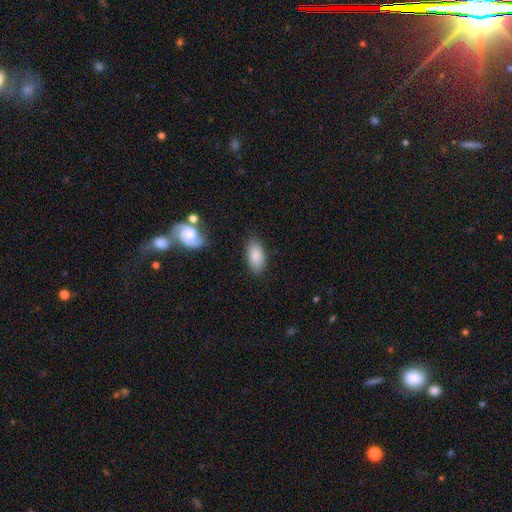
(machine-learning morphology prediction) Q: Smooth or featured?
A: smooth (86%); runner-up: featured or disk (7%)
Q: How rounded?
A: in between (93%); runner-up: cigar-shaped (4%)
Q: Merging?
A: none (81%); runner-up: minor disturbance (13%)